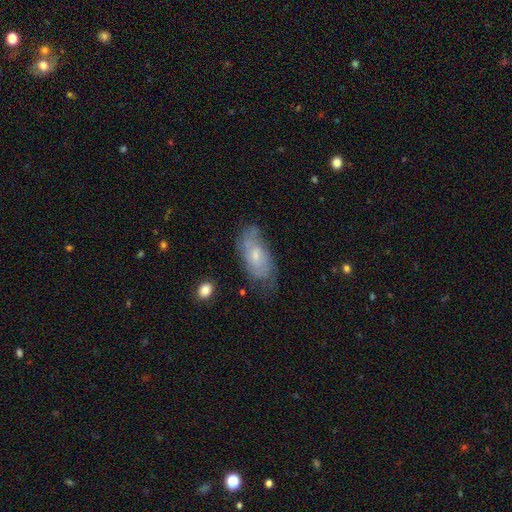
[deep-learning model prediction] Smooth or featured? featured or disk (59%)
Edge-on disk? no (92%)
Bar? no (58%)
Spiral arms? yes (77%)
Bulge size? small (59%)
Merging? none (54%)